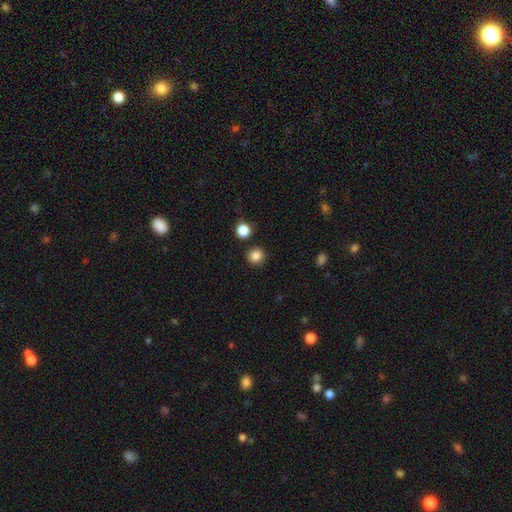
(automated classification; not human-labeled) A smooth galaxy with no disk features (85%) that is round (94%). Merging: none (89%).